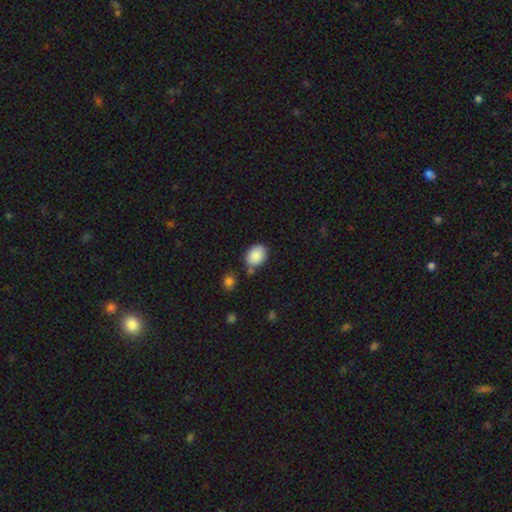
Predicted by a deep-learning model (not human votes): Smooth or featured? Predicted: smooth (p=0.88). How rounded? Predicted: in between (p=0.69). Merging? Predicted: none (p=0.69).